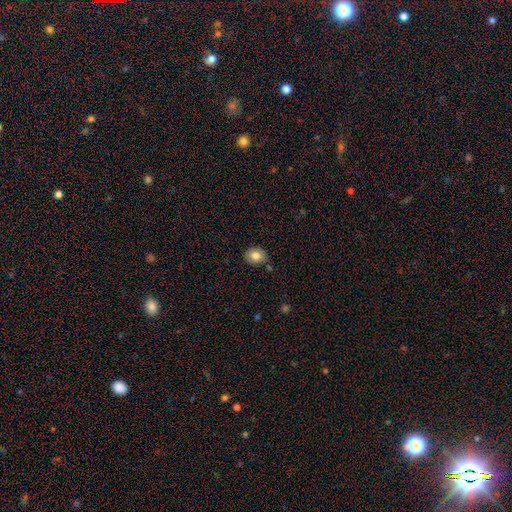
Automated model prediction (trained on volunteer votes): Smooth or featured: smooth — 81% (featured or disk — 10%)
How rounded: round — 56% (in between — 43%)
Merging: none — 82% (minor disturbance — 12%)